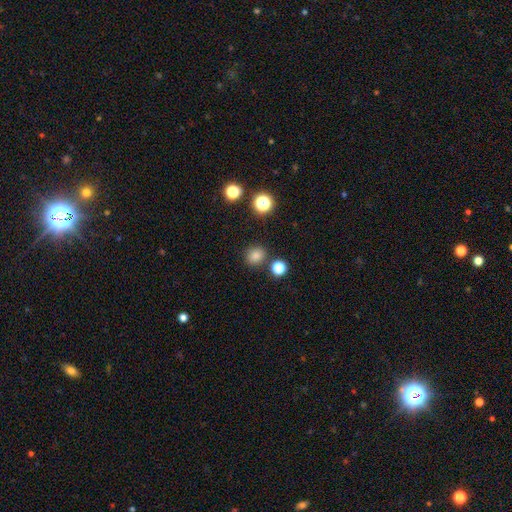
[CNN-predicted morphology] The model was most divided on "how rounded": round: 78%, in between: 22%, cigar-shaped: 1%. More confident: merging — none (84%); smooth or featured — smooth (82%).